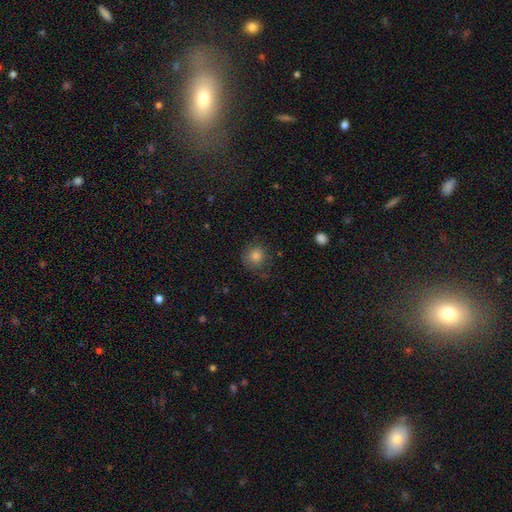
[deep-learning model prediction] smooth_or_featured: smooth (p=0.79) [alt: star or artifact p=0.14]
how_rounded: round (p=0.88) [alt: in between p=0.11]
merging: none (p=0.74) [alt: minor disturbance p=0.17]